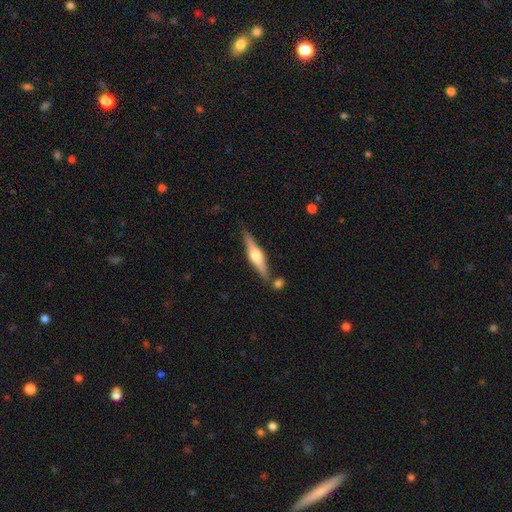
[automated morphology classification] Smooth or featured?
  - featured or disk: 68% *
  - smooth: 26%
  - star or artifact: 5%
Edge-on disk?
  - yes: 97% *
  - no: 3%
Edge-on bulge?
  - rounded: 91% *
  - boxy: 7%
  - none: 2%
Merging?
  - none: 80% *
  - minor disturbance: 11%
  - merger: 7%
  - major disturbance: 2%